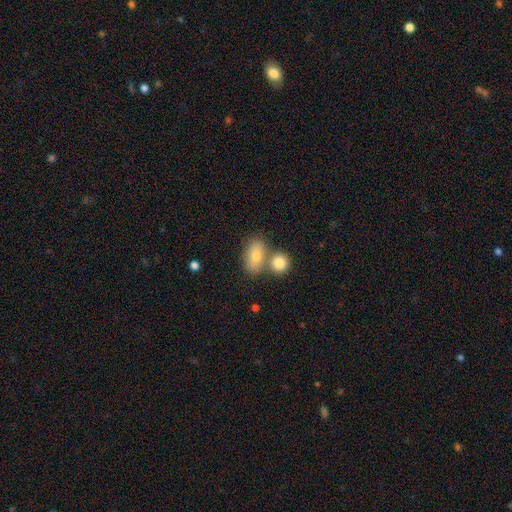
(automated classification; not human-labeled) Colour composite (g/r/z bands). It shows a smooth galaxy with no disk features (77%) that is in between round and cigar-shaped (80%). Merging: none (47%).